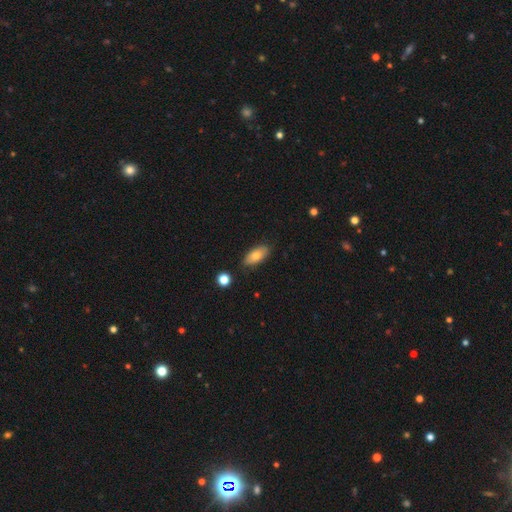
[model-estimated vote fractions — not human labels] smooth_or_featured: smooth (p=0.76) [alt: featured or disk p=0.18]
how_rounded: in between (p=0.87) [alt: cigar-shaped p=0.10]
merging: none (p=0.82) [alt: minor disturbance p=0.13]